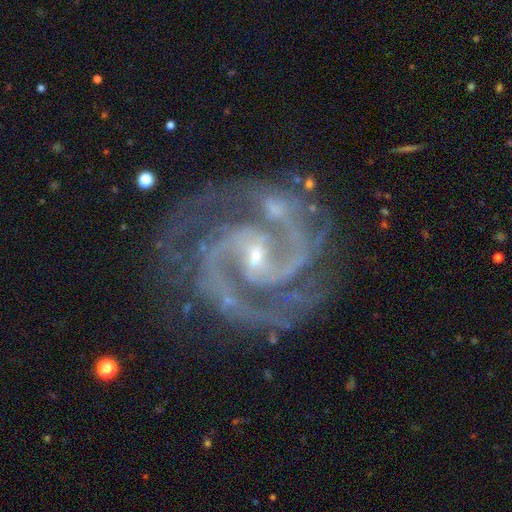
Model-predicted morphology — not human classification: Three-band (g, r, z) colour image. It shows a featured or disk galaxy (93%) with a weak bar (41%), 2 (85%) tight (49%) spiral arms (99%) and a small central bulge (76%). Merging: none (74%).